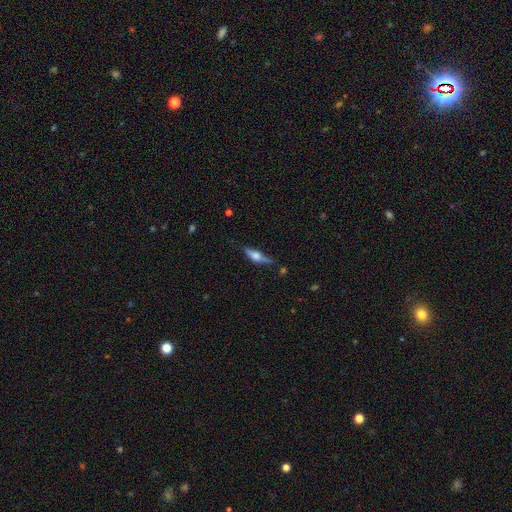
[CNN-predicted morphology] featured or disk 58%, smooth 34%, star or artifact 8%. Down the decision tree: edge-on disk — yes (93%); edge-on bulge — rounded (86%); merging — none (67%).